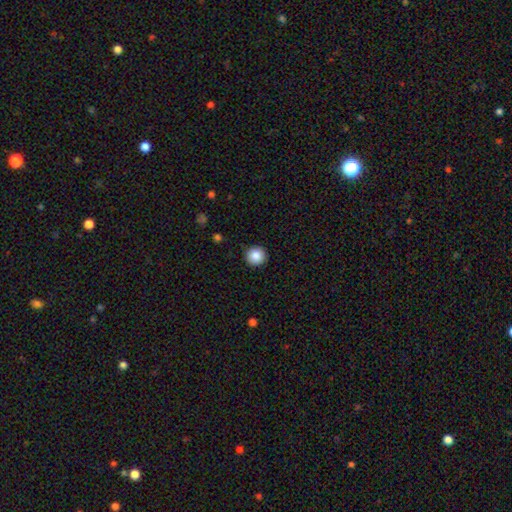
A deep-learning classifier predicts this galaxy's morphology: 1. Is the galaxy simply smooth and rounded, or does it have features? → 87% smooth, 9% star or artifact, 4% featured or disk.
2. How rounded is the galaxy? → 95% round, 4% in between, 1% cigar-shaped.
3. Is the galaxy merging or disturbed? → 91% none, 6% minor disturbance, 2% major disturbance, 1% merger.